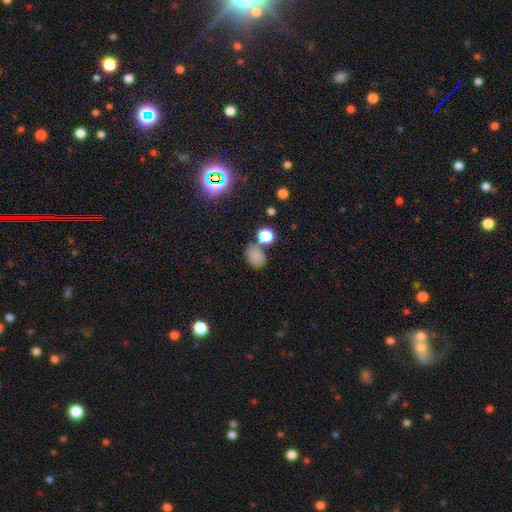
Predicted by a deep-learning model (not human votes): Morphology: type=smooth (76%); roundness=in between (58%); merging=none (64%).